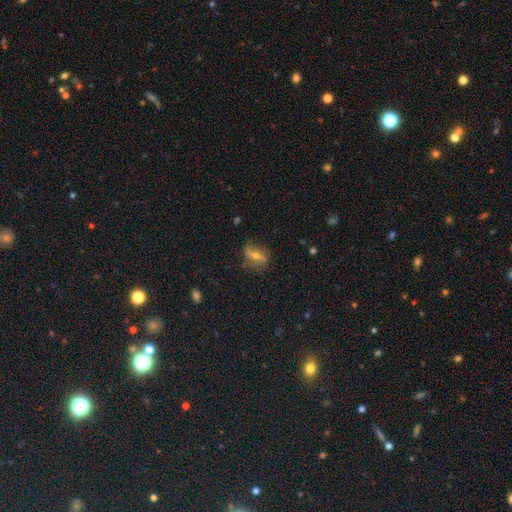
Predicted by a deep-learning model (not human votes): This is possibly a featured or disk galaxy (60%). It is clearly not viewed edge-on (83%). Merging: likely none (73%).